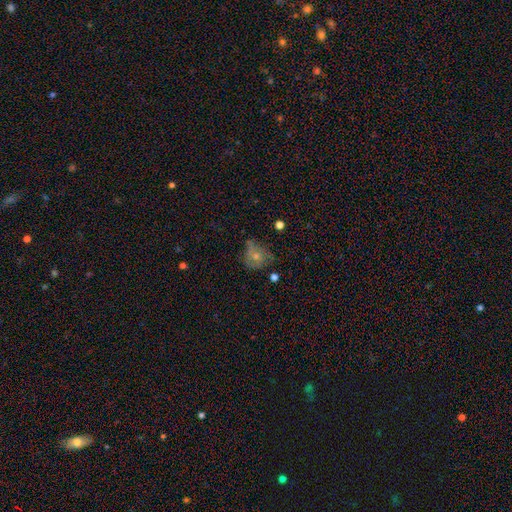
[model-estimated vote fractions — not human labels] Smooth or featured?
  - smooth: 64% *
  - featured or disk: 25%
  - star or artifact: 11%
How rounded?
  - round: 77% *
  - in between: 22%
  - cigar-shaped: 1%
Merging?
  - none: 47% *
  - minor disturbance: 32%
  - major disturbance: 16%
  - merger: 6%